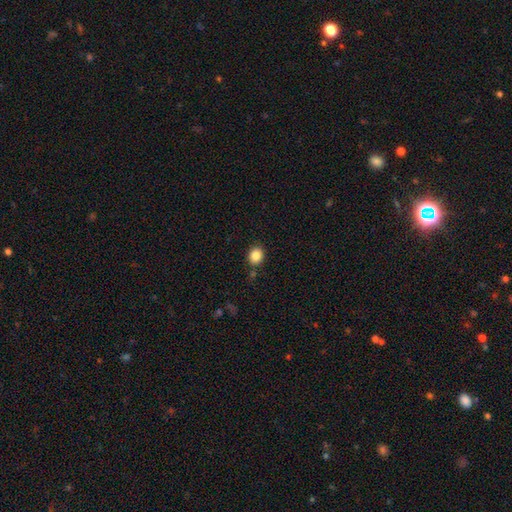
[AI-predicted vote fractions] Smooth or featured? Predicted: smooth (p=0.85). How rounded? Predicted: round (p=0.69). Merging? Predicted: none (p=0.83).